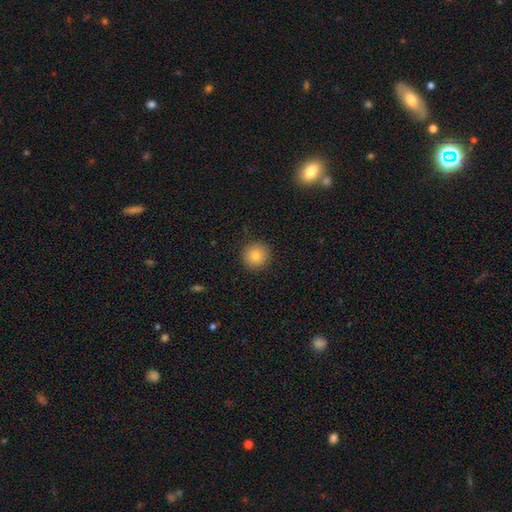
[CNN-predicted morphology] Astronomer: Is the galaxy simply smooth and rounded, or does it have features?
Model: smooth — 83%.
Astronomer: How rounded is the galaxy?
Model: round — 94%.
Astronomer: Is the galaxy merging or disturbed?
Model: none — 91%.